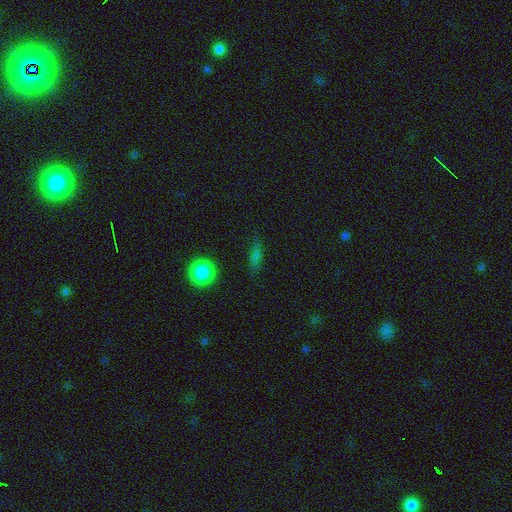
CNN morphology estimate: A smooth galaxy with no disk features (70%) that is in between round and cigar-shaped (44%). Merging: none (81%).